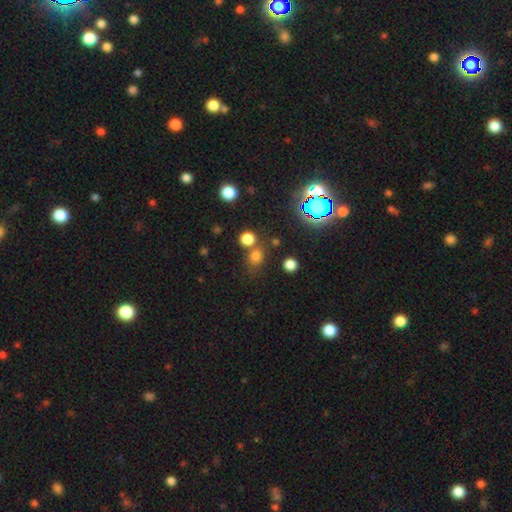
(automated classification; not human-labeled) Smooth or featured? Predicted: smooth (p=0.71). How rounded? Predicted: round (p=0.76). Merging? Predicted: none (p=0.65).